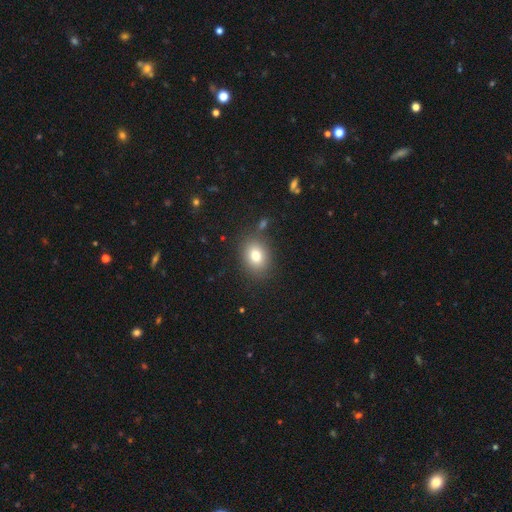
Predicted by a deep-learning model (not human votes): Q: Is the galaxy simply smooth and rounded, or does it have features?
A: smooth — 79%.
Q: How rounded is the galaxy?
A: in between — 55%.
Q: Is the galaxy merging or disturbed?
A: none — 82%.